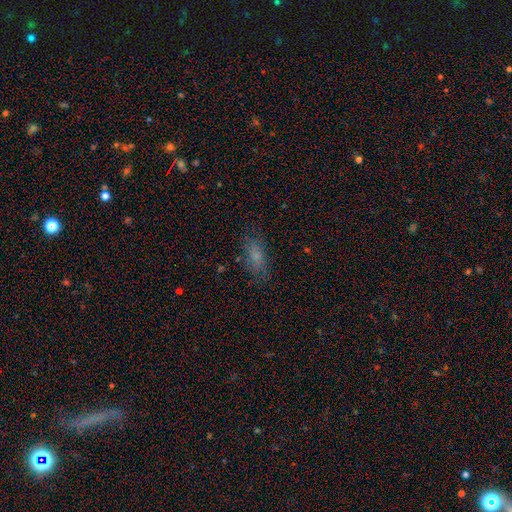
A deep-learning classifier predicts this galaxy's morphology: This appears to be a smooth galaxy with no disk features (71%) that is in between round and cigar-shaped (75%). Merging: none (74%).